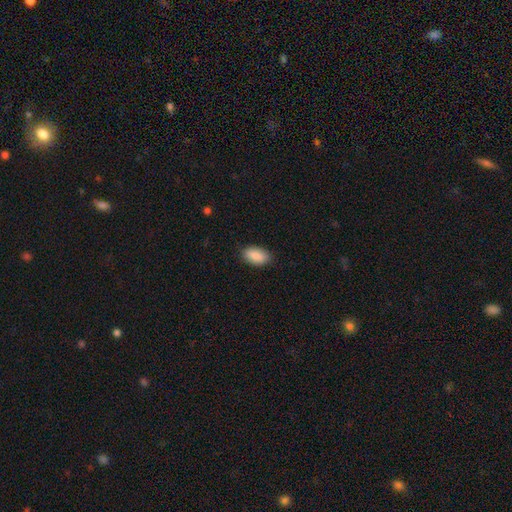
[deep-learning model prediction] Smooth or featured? Predicted: smooth (p=0.88). How rounded? Predicted: in between (p=0.93). Merging? Predicted: none (p=0.85).